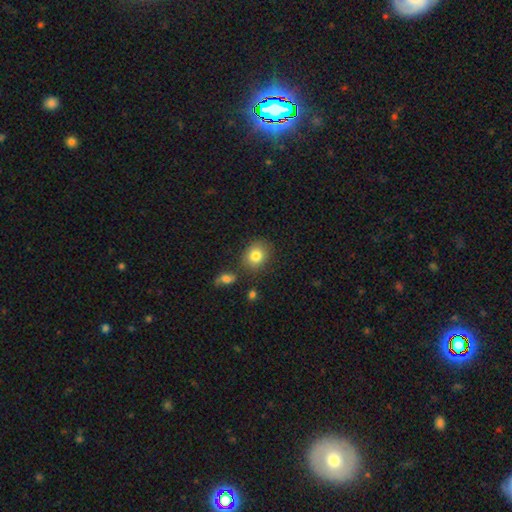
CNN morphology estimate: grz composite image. It shows a smooth galaxy with no disk features (81%) that is round (58%). Merging: none (79%).